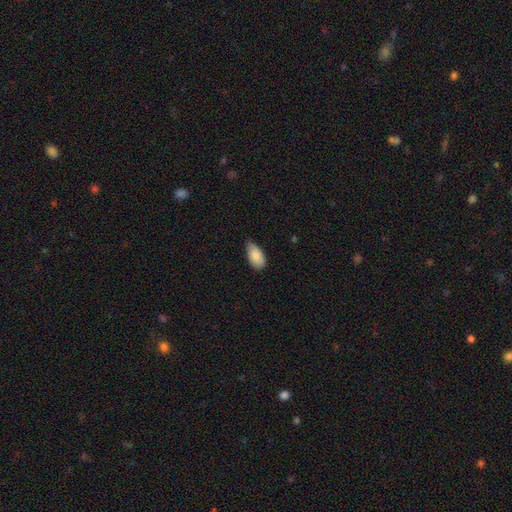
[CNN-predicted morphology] smooth_or_featured: smooth (p=0.86) [alt: featured or disk p=0.08]
how_rounded: in between (p=0.94) [alt: round p=0.03]
merging: none (p=0.53) [alt: minor disturbance p=0.41]